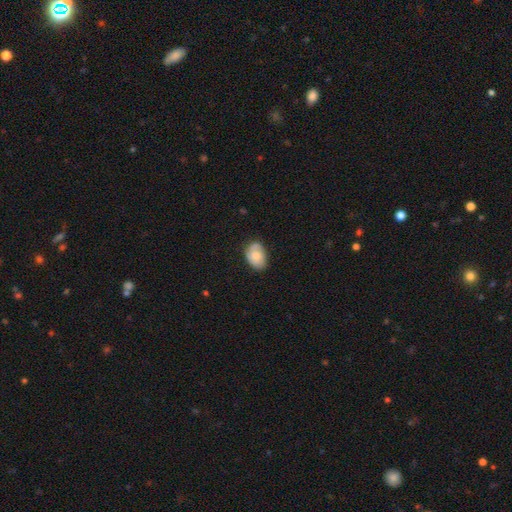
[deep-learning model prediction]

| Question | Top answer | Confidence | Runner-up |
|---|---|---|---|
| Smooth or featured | smooth | 63% | featured or disk (31%) |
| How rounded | in between | 80% | round (19%) |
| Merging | none | 69% | minor disturbance (25%) |